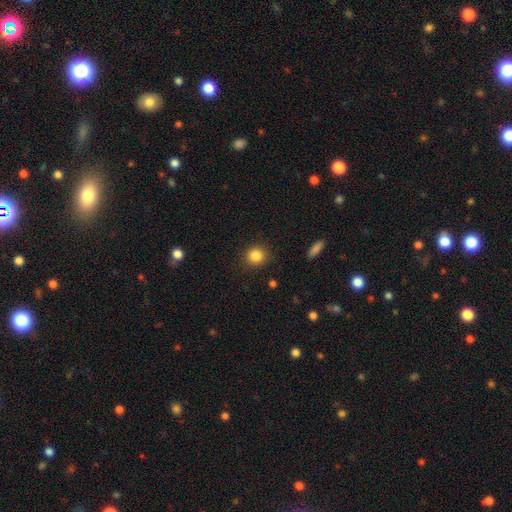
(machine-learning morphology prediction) type=smooth (85%); roundness=round (88%); merging=none (89%).